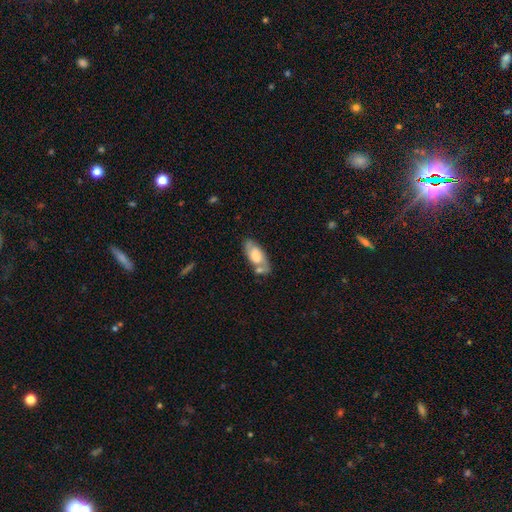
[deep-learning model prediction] A smooth galaxy with no disk features (55%) that is in between round and cigar-shaped (84%). Merging: none (55%).